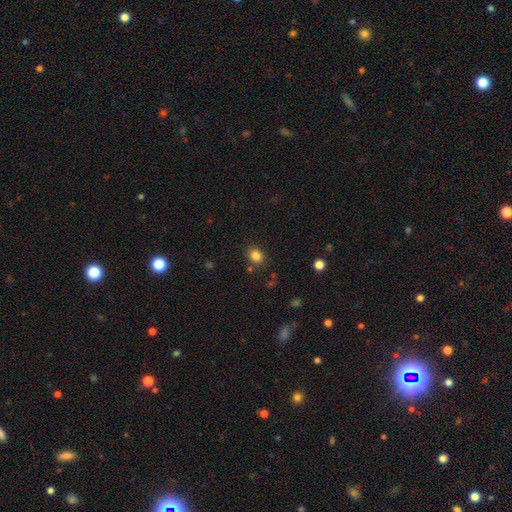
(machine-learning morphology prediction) A smooth galaxy with no disk features (83%) that is round (61%).

Vote fractions:
- Smooth or featured? smooth: 83% / star or artifact: 12% / featured or disk: 5%
- How rounded? round: 61% / in between: 38% / cigar-shaped: 1%
- Merging? none: 83% / minor disturbance: 10% / merger: 4% / major disturbance: 3%